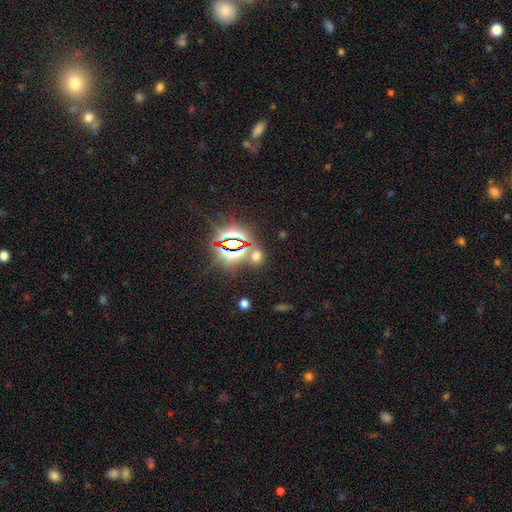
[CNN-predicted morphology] The model was most divided on "smooth or featured": star or artifact: 50%, smooth: 43%, featured or disk: 6%.